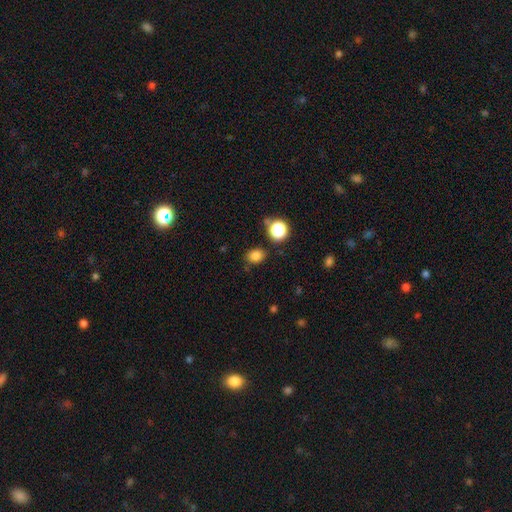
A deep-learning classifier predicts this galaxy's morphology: Overall: smooth (81%). How rounded: in between (52%; round 47%). Merging: none (78%).